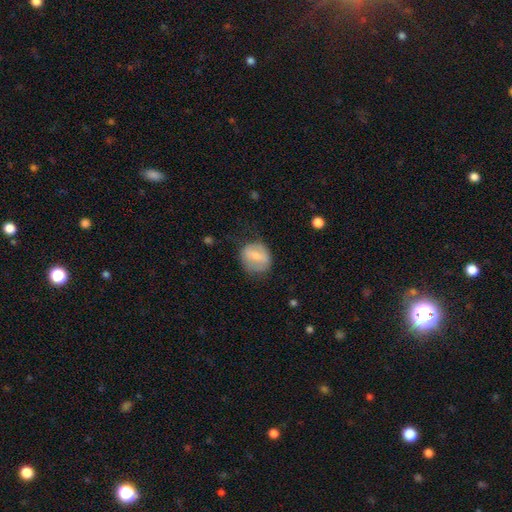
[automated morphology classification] Overall: smooth (62%; featured or disk 31%). How rounded: round (71%). Merging: none (64%).